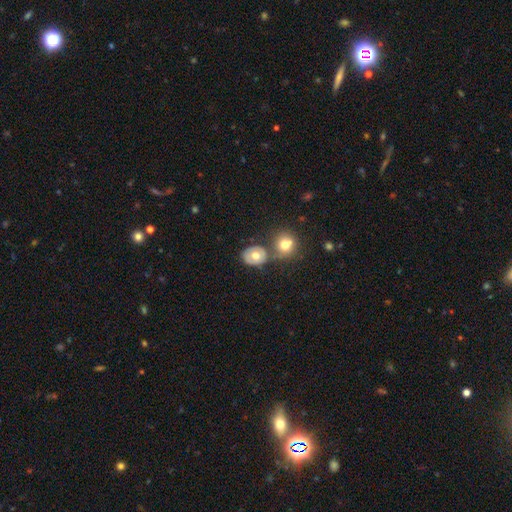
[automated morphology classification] Smooth or featured? Predicted: smooth (p=0.58). How rounded? Predicted: round (p=0.55). Merging? Predicted: none (p=0.58).